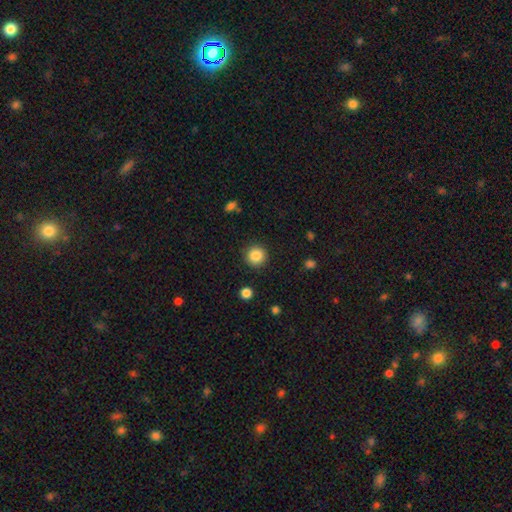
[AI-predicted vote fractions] Overall: smooth (86%). How rounded: round (95%). Merging: none (91%).